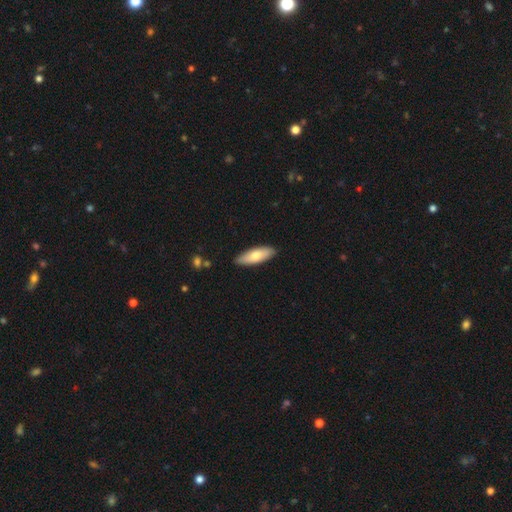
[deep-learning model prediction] Smooth or featured?
  - smooth: 72% *
  - featured or disk: 22%
  - star or artifact: 5%
How rounded?
  - in between: 63% *
  - cigar-shaped: 35%
  - round: 2%
Merging?
  - none: 87% *
  - minor disturbance: 10%
  - major disturbance: 2%
  - merger: 1%